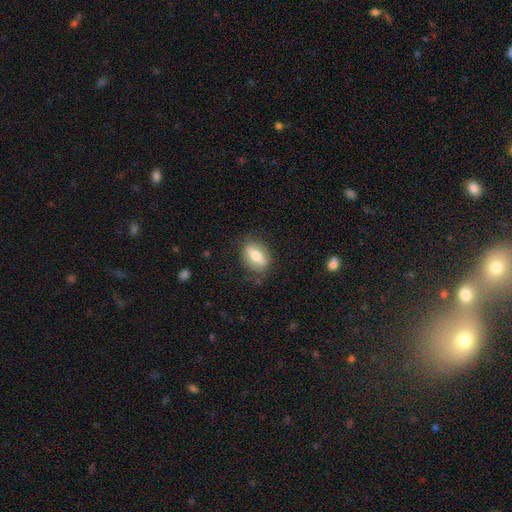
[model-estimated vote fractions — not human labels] smooth_or_featured: smooth (p=0.63) [alt: featured or disk p=0.30]
how_rounded: in between (p=0.80) [alt: round p=0.11]
merging: none (p=0.79) [alt: minor disturbance p=0.15]